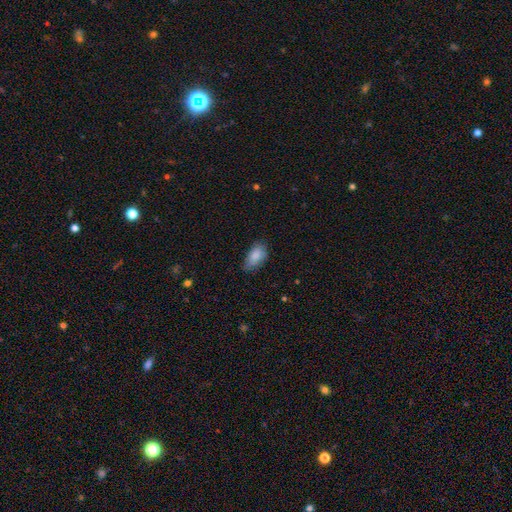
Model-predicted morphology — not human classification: smooth-or-featured: smooth: 85% | featured or disk: 7% | star or artifact: 7%
  how-rounded: in between: 92% | cigar-shaped: 4% | round: 4%
  merging: none: 65% | minor disturbance: 29% | major disturbance: 5% | merger: 1%